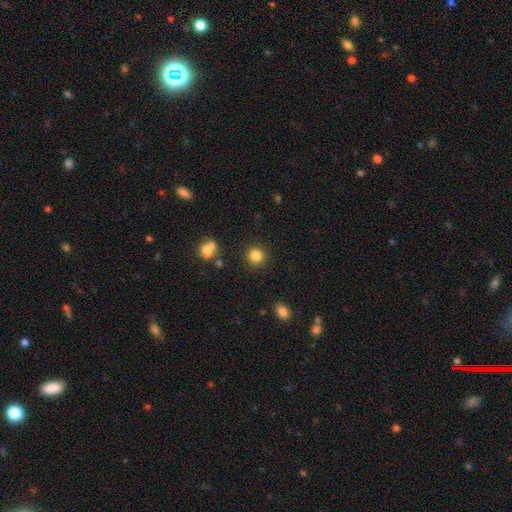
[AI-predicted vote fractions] The model was most divided on "smooth or featured": smooth: 84%, star or artifact: 11%, featured or disk: 5%. More confident: how rounded — round (92%); merging — none (88%).